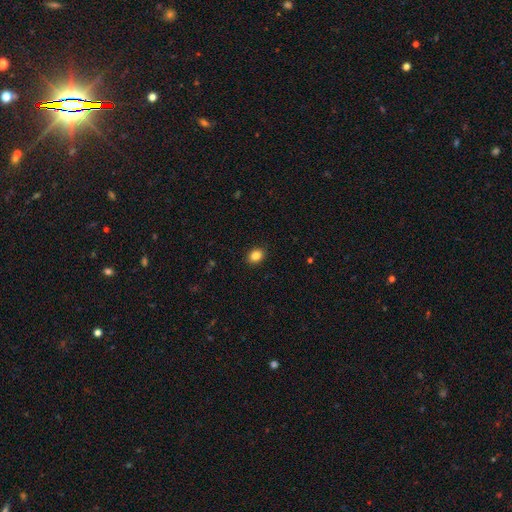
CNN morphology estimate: Smooth or featured: smooth — 86% (star or artifact — 10%)
How rounded: in between — 58% (round — 41%)
Merging: none — 90% (minor disturbance — 7%)